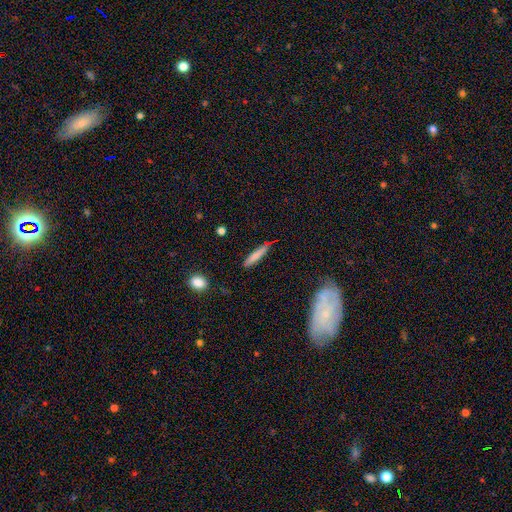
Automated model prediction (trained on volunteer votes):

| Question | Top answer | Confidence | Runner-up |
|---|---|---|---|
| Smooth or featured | smooth | 75% | featured or disk (18%) |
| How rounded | cigar-shaped | 90% | in between (8%) |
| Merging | none | 82% | minor disturbance (12%) |